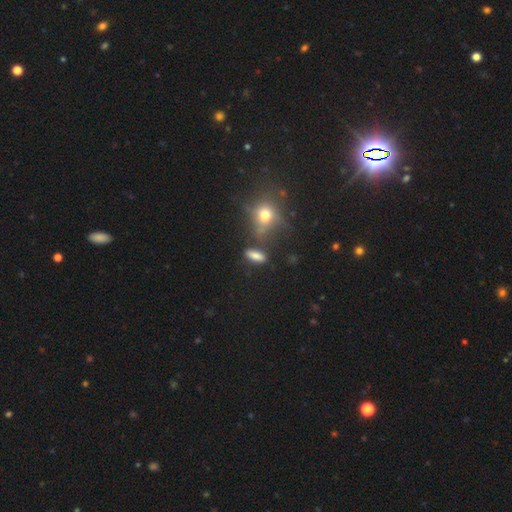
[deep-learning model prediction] This appears to be a smooth galaxy with no disk features (76%) that is in between round and cigar-shaped (57%). Merging: none (66%).